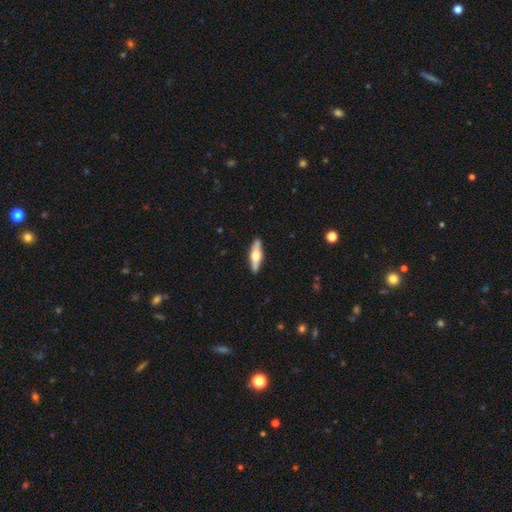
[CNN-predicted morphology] type=featured or disk (59%); edge-on=yes (94%); edge-on bulge=rounded (94%); merging=none (90%).